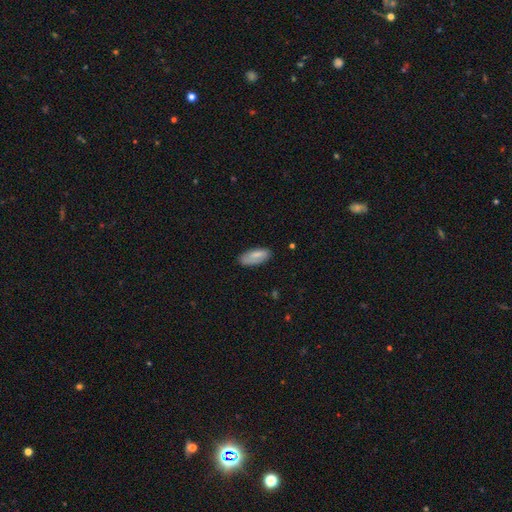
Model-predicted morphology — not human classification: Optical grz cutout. It shows a smooth galaxy with no disk features (77%) that is in between round and cigar-shaped (79%). Merging: none (76%).